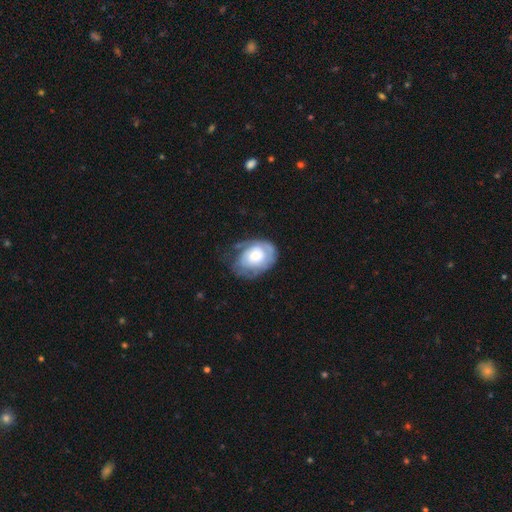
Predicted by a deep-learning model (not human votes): Smooth or featured? featured or disk (55%)
Edge-on disk? no (96%)
Bar? no (81%)
Spiral arms? yes (67%)
Bulge size? moderate (48%)
Merging? none (50%)